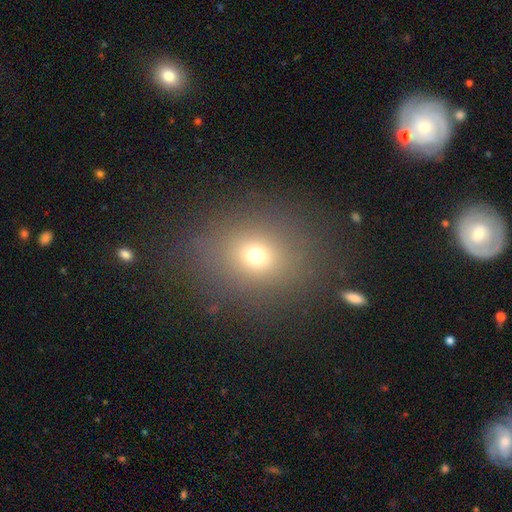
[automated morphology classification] This is likely a smooth galaxy (68%). How rounded: likely round (65%). Merging: clearly none (81%).